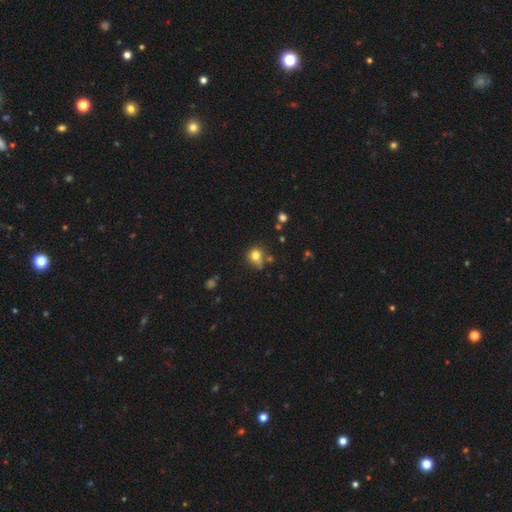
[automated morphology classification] A smooth galaxy with no disk features (77%) that is round (82%). Merging: none (62%).